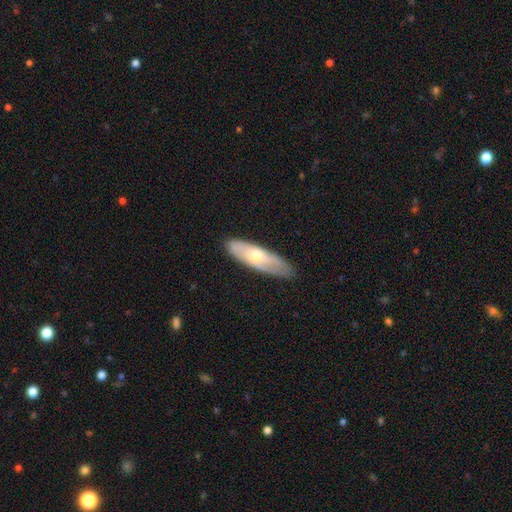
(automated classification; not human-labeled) A smooth galaxy with no disk features (49%).

Vote fractions:
- Smooth or featured? smooth: 49% / featured or disk: 46% / star or artifact: 6%
- Merging? none: 75% / minor disturbance: 20% / major disturbance: 4% / merger: 1%